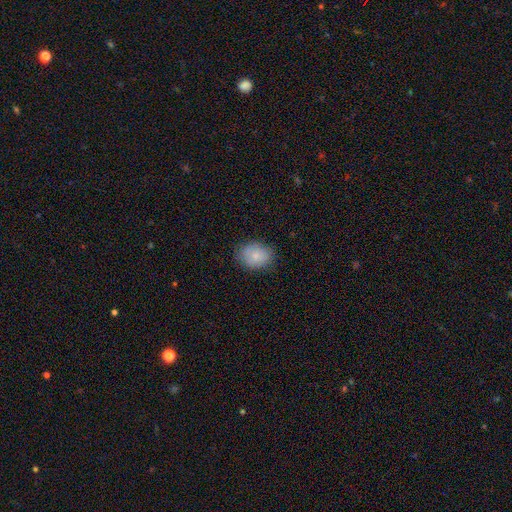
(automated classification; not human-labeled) smooth 83%, featured or disk 9%, star or artifact 8%. Down the decision tree: how rounded — in between (54%); merging — none (81%).